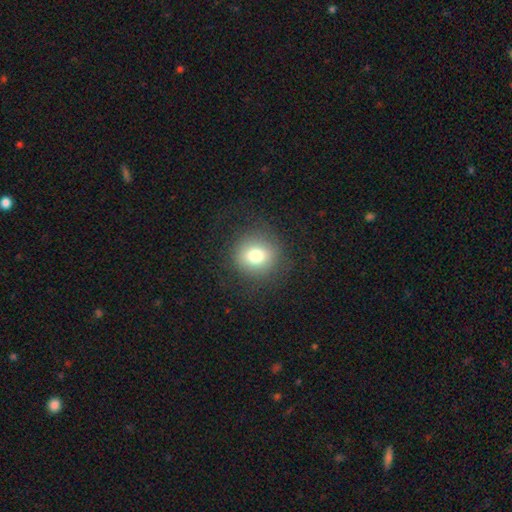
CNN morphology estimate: A smooth galaxy with no disk features (76%) that is round (88%).

Vote fractions:
- Smooth or featured? smooth: 76% / star or artifact: 13% / featured or disk: 11%
- How rounded? round: 88% / in between: 11% / cigar-shaped: 1%
- Merging? none: 85% / minor disturbance: 9% / major disturbance: 5% / merger: 1%